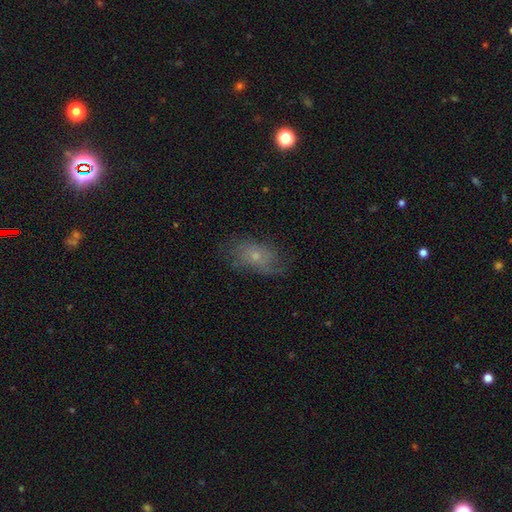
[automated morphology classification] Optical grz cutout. It shows a featured or disk galaxy (51%). Merging: none (61%).